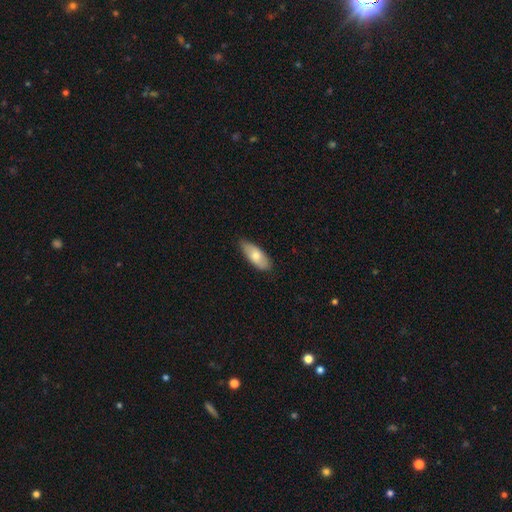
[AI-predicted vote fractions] A smooth galaxy with no disk features (74%) that is in between round and cigar-shaped (81%).

Vote fractions:
- Smooth or featured? smooth: 74% / featured or disk: 21% / star or artifact: 6%
- How rounded? in between: 81% / cigar-shaped: 17% / round: 2%
- Merging? none: 80% / minor disturbance: 17% / major disturbance: 2% / merger: 1%